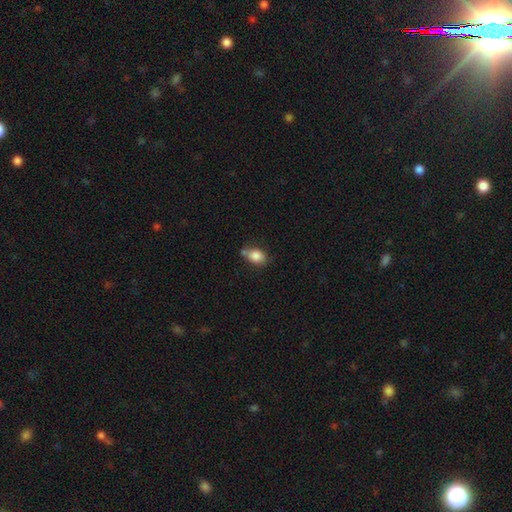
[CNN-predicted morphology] Smooth or featured?
  - smooth: 84% *
  - star or artifact: 9%
  - featured or disk: 7%
How rounded?
  - in between: 70% *
  - round: 29%
  - cigar-shaped: 2%
Merging?
  - none: 57% *
  - minor disturbance: 22%
  - merger: 16%
  - major disturbance: 6%